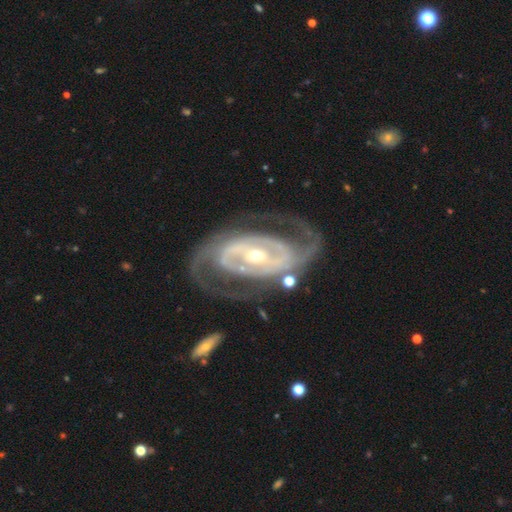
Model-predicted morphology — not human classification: Q: Smooth or featured?
A: featured or disk (90%); runner-up: smooth (6%)
Q: Edge-on disk?
A: no (95%); runner-up: yes (5%)
Q: Bar?
A: strong (43%); runner-up: weak (30%)
Q: Spiral arms?
A: yes (92%); runner-up: no (8%)
Q: Spiral winding?
A: tight (47%); runner-up: medium (40%)
Q: Spiral arm count?
A: 2 (73%); runner-up: can't tell (12%)
Q: Bulge size?
A: small (53%); runner-up: moderate (43%)
Q: Merging?
A: none (67%); runner-up: minor disturbance (15%)